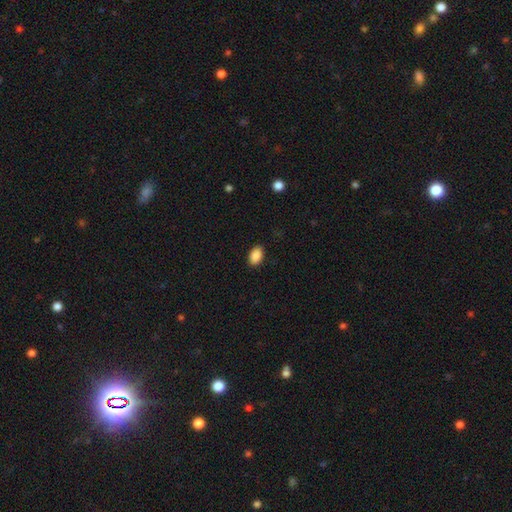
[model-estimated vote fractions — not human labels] smooth_or_featured: smooth (p=0.90) [alt: star or artifact p=0.08]
how_rounded: in between (p=0.91) [alt: round p=0.08]
merging: none (p=0.89) [alt: minor disturbance p=0.08]